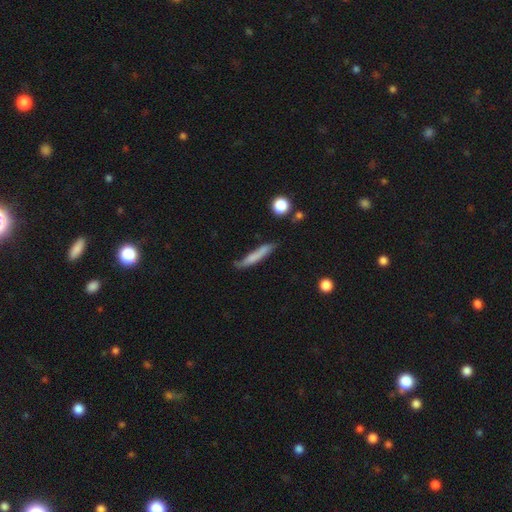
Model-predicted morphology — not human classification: Smooth or featured?
  - smooth: 69% *
  - featured or disk: 23%
  - star or artifact: 7%
How rounded?
  - cigar-shaped: 91% *
  - in between: 7%
  - round: 2%
Merging?
  - none: 63% *
  - minor disturbance: 26%
  - major disturbance: 7%
  - merger: 4%